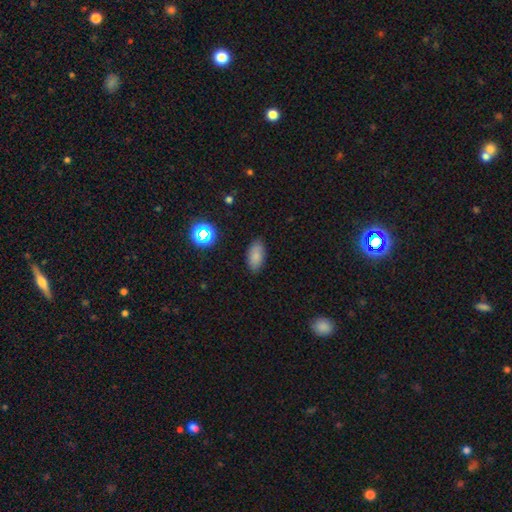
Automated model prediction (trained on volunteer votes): Smooth or featured?
  - smooth: 82% *
  - star or artifact: 12%
  - featured or disk: 6%
How rounded?
  - in between: 91% *
  - cigar-shaped: 5%
  - round: 4%
Merging?
  - none: 85% *
  - minor disturbance: 11%
  - major disturbance: 3%
  - merger: 1%